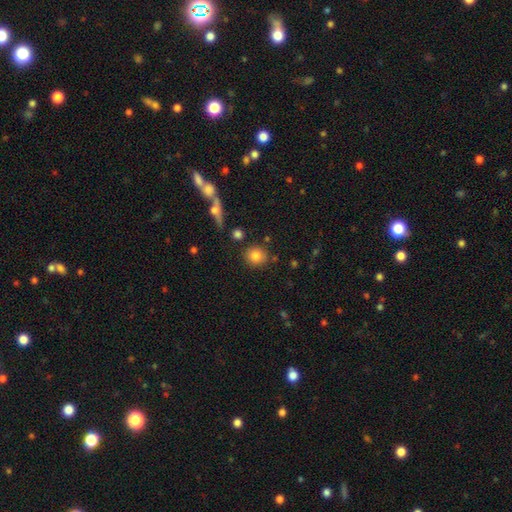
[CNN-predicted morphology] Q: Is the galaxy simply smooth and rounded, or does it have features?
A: smooth — 81%.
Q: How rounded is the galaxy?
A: round — 87%.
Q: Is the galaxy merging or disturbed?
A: none — 84%.